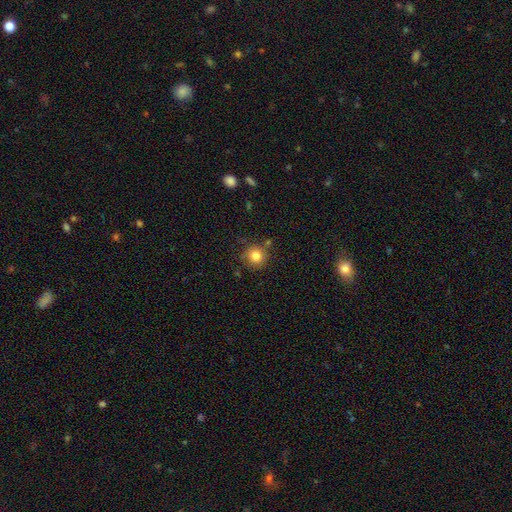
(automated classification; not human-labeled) Morphology: type=smooth (82%); roundness=round (92%); merging=none (80%).